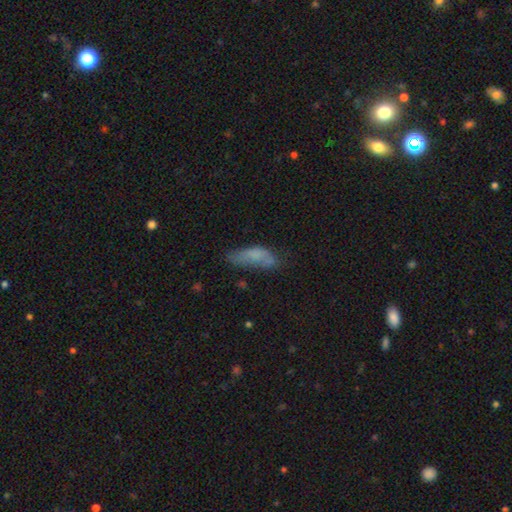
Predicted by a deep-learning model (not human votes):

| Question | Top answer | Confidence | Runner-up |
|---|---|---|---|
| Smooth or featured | smooth | 68% | featured or disk (21%) |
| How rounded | in between | 59% | cigar-shaped (38%) |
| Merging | none | 42% | minor disturbance (31%) |